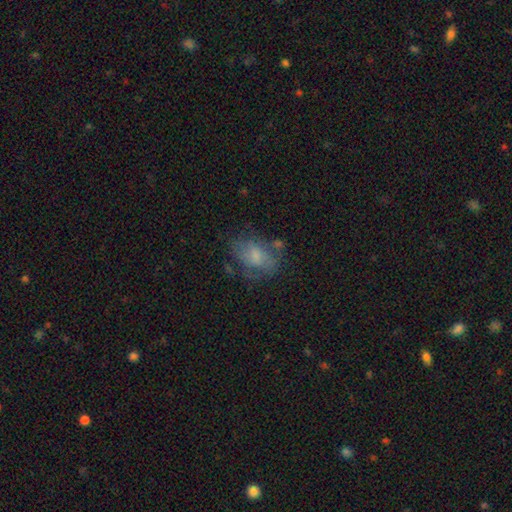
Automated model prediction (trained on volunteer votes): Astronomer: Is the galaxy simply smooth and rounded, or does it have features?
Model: smooth — 53% (runner-up: featured or disk, 37%).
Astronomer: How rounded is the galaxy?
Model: in between — 77%.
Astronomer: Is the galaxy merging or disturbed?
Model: none — 48% (runner-up: minor disturbance, 26%).